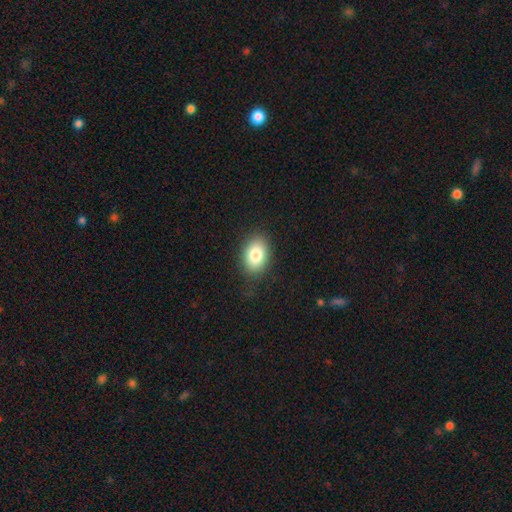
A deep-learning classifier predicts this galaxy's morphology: Smooth or featured: smooth — 83% (featured or disk — 9%)
How rounded: in between — 82% (round — 17%)
Merging: none — 85% (minor disturbance — 11%)